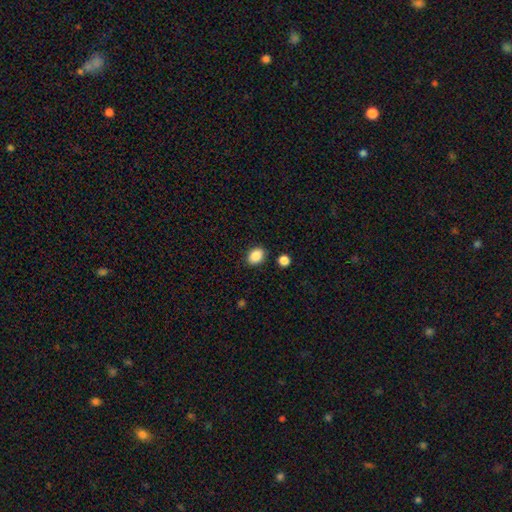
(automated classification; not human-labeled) Smooth or featured: smooth — 88% (star or artifact — 9%)
How rounded: in between — 64% (round — 35%)
Merging: none — 85% (minor disturbance — 9%)